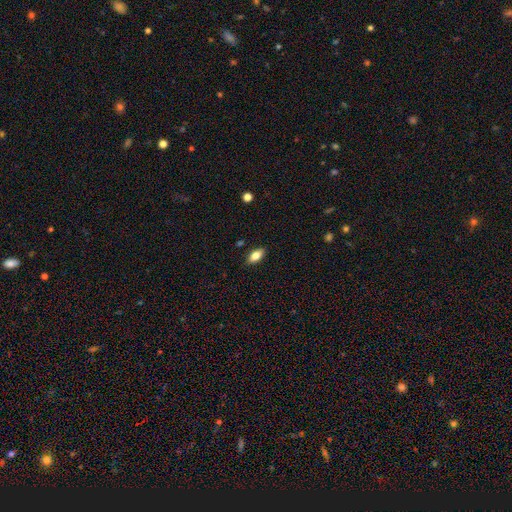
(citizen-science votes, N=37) Smooth or featured: smooth — 78% (featured or disk — 19%)
How rounded: in between — 90% (cigar-shaped — 10%)
Merging: none — 86% (minor disturbance — 11%)